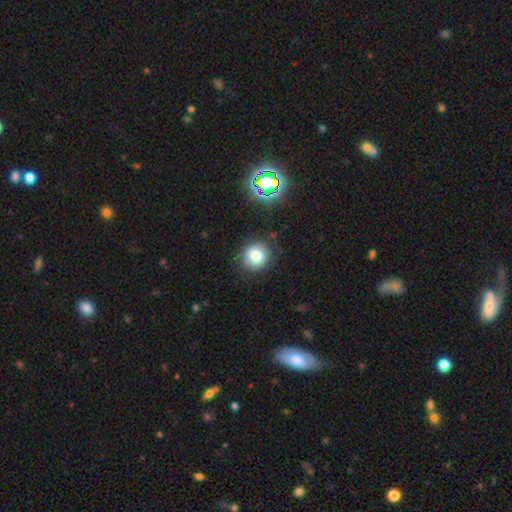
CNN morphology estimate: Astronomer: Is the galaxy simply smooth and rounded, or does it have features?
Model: smooth — 76%.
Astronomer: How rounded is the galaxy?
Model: round — 90%.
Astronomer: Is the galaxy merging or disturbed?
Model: none — 86%.